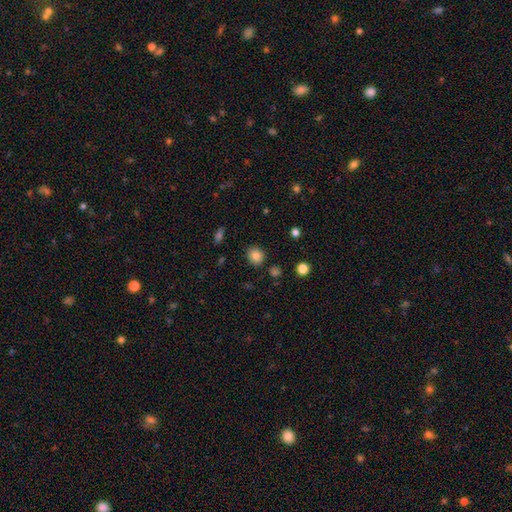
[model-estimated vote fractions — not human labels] Morphology: type=smooth (82%); roundness=round (83%); merging=none (88%).